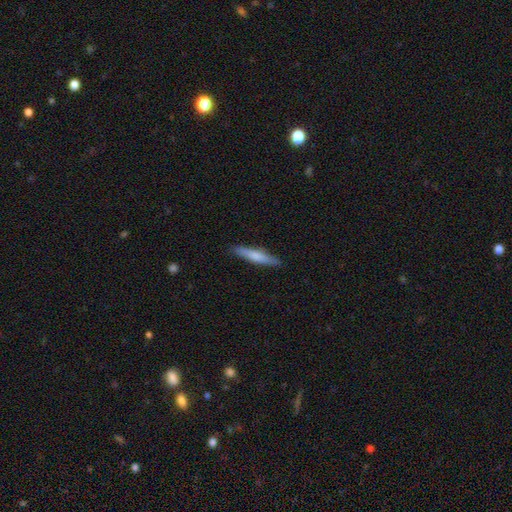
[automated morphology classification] Overall: smooth (64%; featured or disk 30%). How rounded: cigar-shaped (91%). Merging: none (89%).